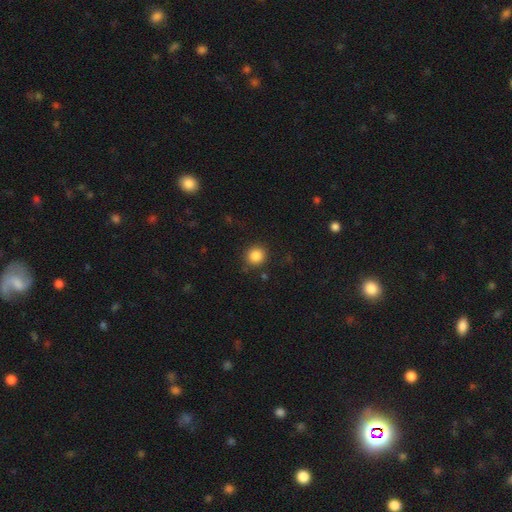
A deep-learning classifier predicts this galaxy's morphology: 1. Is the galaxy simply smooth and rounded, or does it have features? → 85% smooth, 10% star or artifact, 4% featured or disk.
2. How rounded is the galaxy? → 88% round, 11% in between, 1% cigar-shaped.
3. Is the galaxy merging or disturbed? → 88% none, 8% minor disturbance, 3% major disturbance, 2% merger.